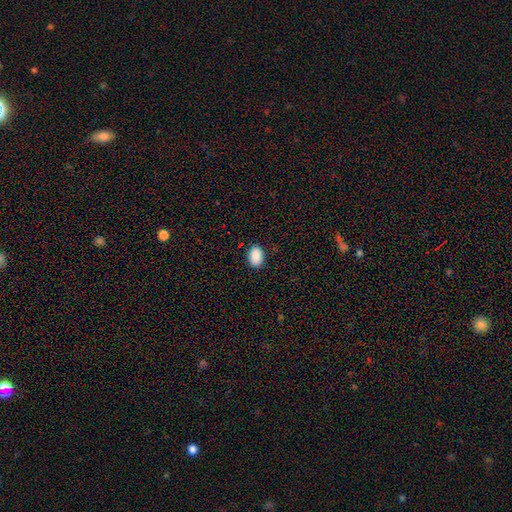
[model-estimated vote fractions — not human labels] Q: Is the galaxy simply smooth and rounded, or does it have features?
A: smooth — 90%.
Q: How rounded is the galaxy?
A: in between — 89%.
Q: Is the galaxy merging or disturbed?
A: none — 86%.